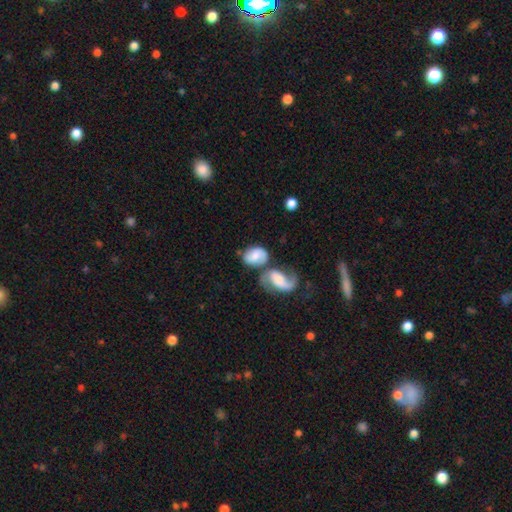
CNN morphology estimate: type=smooth (55%); roundness=in between (76%); merging=merger (48%).